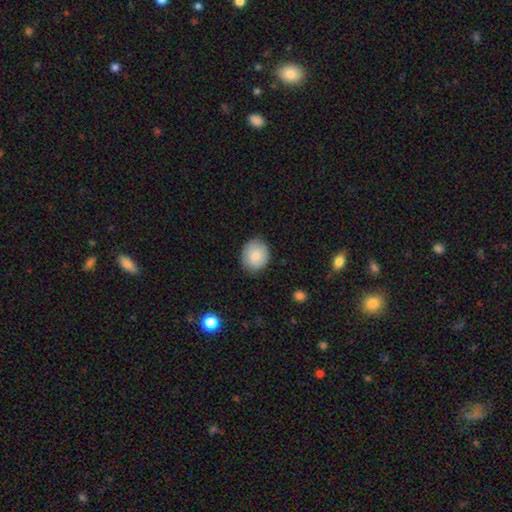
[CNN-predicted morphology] The model was most divided on "how rounded": round: 71%, in between: 28%, cigar-shaped: 1%. More confident: smooth or featured — smooth (85%); merging — none (85%).